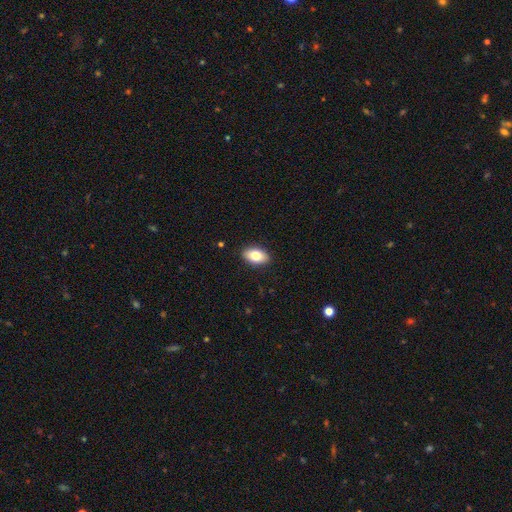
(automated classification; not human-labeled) The model was most divided on "smooth or featured": smooth: 80%, featured or disk: 13%, star or artifact: 7%. More confident: how rounded — in between (91%); merging — none (89%).